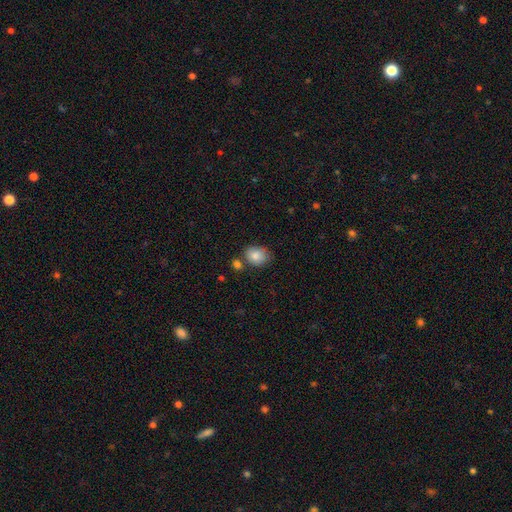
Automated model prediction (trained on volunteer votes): Q: Smooth or featured?
A: smooth (85%); runner-up: star or artifact (8%)
Q: How rounded?
A: in between (53%); runner-up: round (46%)
Q: Merging?
A: none (68%); runner-up: minor disturbance (18%)